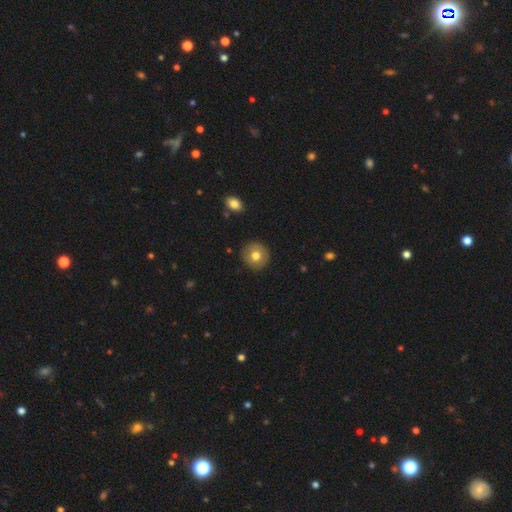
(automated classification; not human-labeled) smooth_or_featured: smooth (p=0.74) [alt: featured or disk p=0.18]
how_rounded: round (p=0.93) [alt: in between p=0.06]
merging: none (p=0.90) [alt: minor disturbance p=0.07]